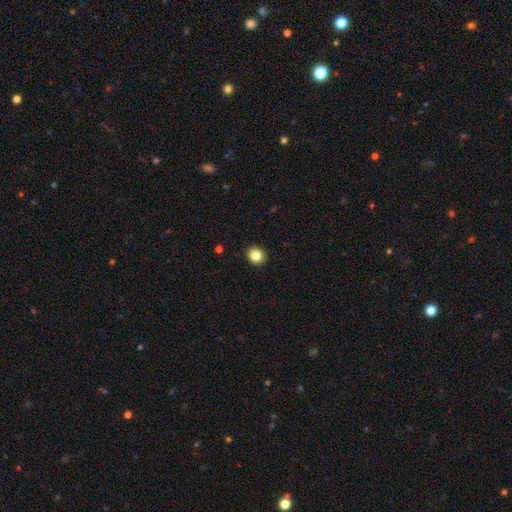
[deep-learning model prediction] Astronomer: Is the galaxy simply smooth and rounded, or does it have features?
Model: smooth — 85%.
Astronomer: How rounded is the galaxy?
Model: round — 85%.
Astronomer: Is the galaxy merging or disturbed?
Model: none — 93%.